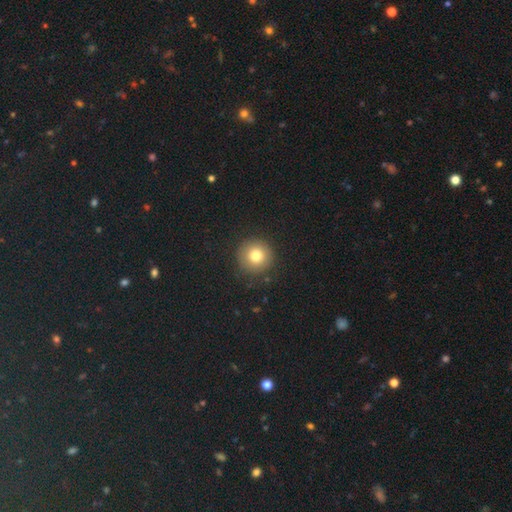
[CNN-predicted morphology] type=smooth (78%); roundness=round (96%); merging=none (90%).